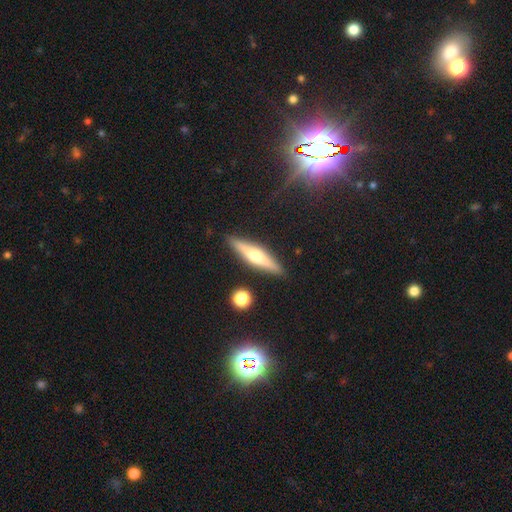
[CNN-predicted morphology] A featured or disk galaxy (56%) viewed edge-on (95%) with a rounded central bulge (85%).

Vote fractions:
- Smooth or featured? featured or disk: 56% / smooth: 37% / star or artifact: 7%
- Edge-on disk? yes: 95% / no: 5%
- Edge-on bulge? rounded: 85% / none: 8% / boxy: 7%
- Merging? none: 88% / minor disturbance: 8% / major disturbance: 2% / merger: 2%